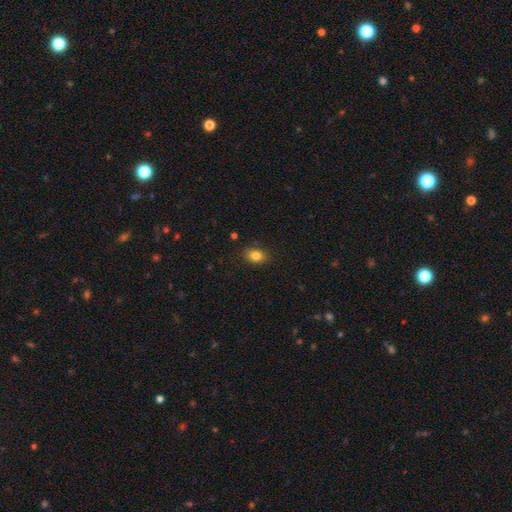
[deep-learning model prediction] Morphology: type=smooth (83%); roundness=in between (68%); merging=none (84%).